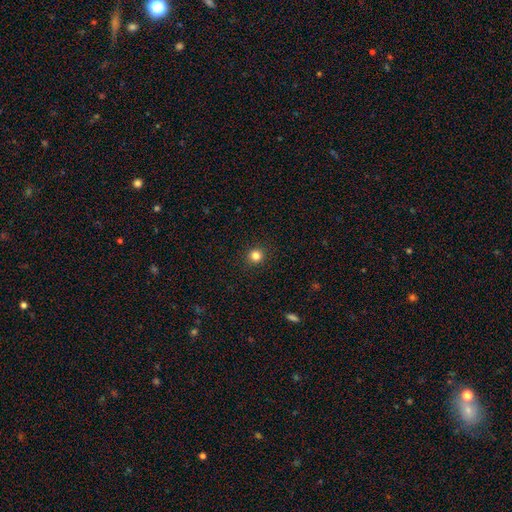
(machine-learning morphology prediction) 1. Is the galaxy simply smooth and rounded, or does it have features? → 83% smooth, 13% star or artifact, 4% featured or disk.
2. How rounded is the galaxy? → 94% round, 6% in between, 1% cigar-shaped.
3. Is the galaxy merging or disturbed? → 93% none, 5% minor disturbance, 2% major disturbance, 1% merger.